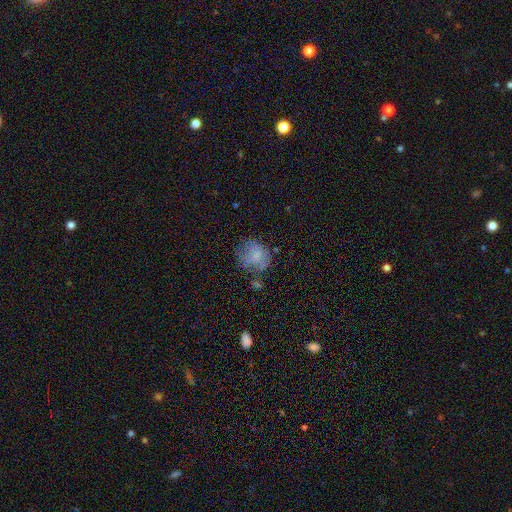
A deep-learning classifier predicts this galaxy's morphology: The model was most divided on "merging": none: 48%, minor disturbance: 27%, major disturbance: 18%, merger: 7%. More confident: how rounded — round (66%); smooth or featured — smooth (62%).